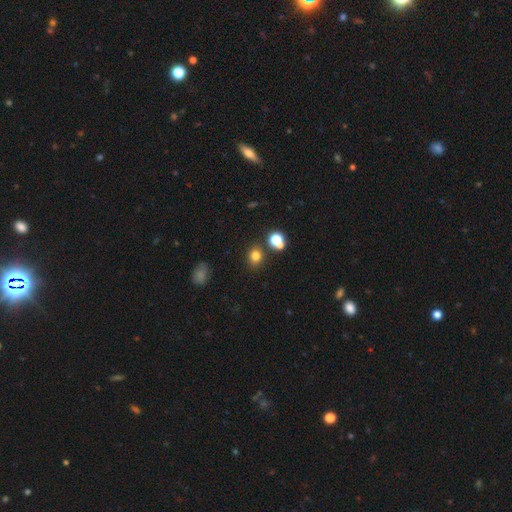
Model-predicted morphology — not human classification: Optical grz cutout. It shows a smooth galaxy with no disk features (77%) that is round (62%). Merging: none (76%).